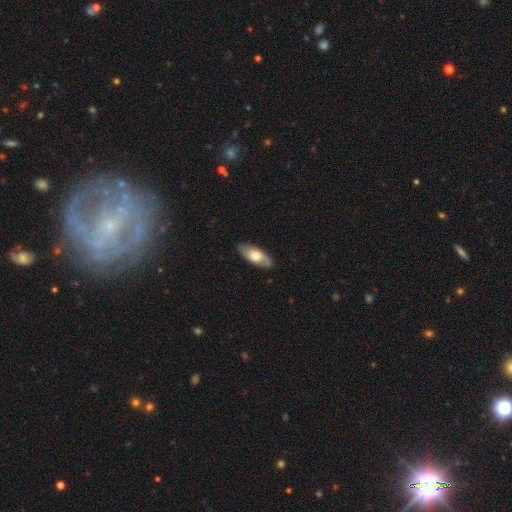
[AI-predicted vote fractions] smooth 61%, featured or disk 33%, star or artifact 6%. Down the decision tree: how rounded — in between (82%); merging — none (84%).